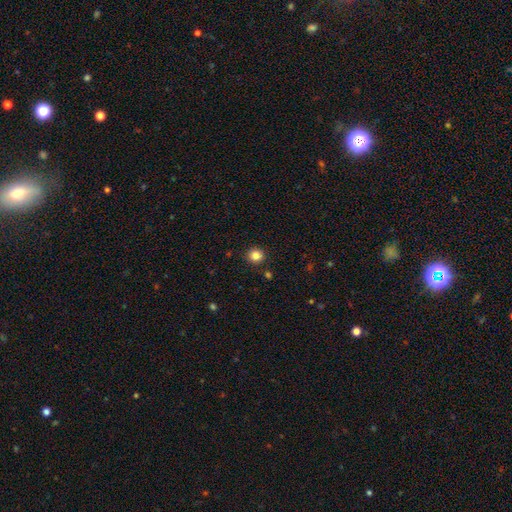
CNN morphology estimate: Overall: smooth (84%). How rounded: round (90%). Merging: none (90%).